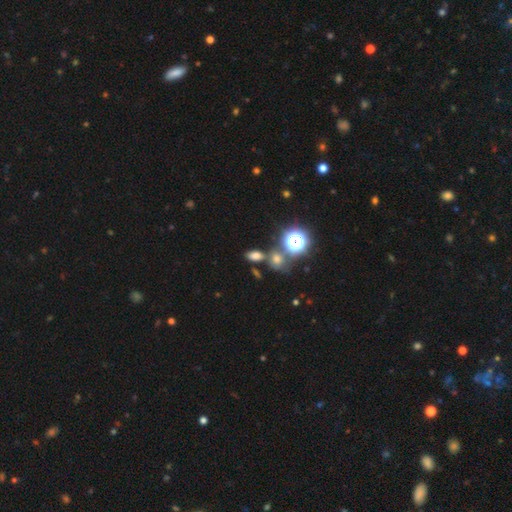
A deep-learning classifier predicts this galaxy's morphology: A smooth galaxy with no disk features (66%) that is in between round and cigar-shaped (75%).

Vote fractions:
- Smooth or featured? smooth: 66% / star or artifact: 24% / featured or disk: 9%
- How rounded? in between: 75% / round: 21% / cigar-shaped: 4%
- Merging? none: 66% / merger: 18% / minor disturbance: 11% / major disturbance: 4%